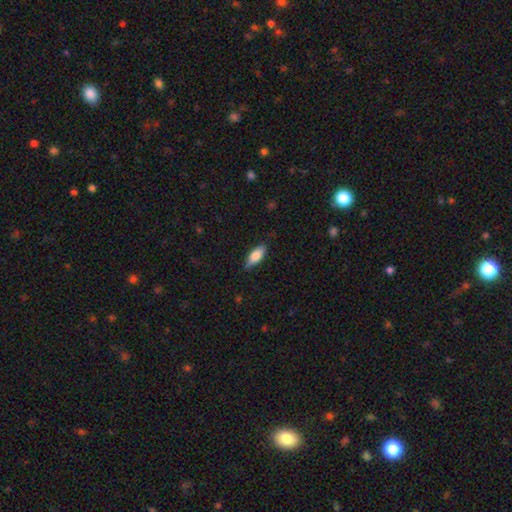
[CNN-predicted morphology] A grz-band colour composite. It shows a smooth galaxy with no disk features (76%) that is in between round and cigar-shaped (73%). Merging: none (83%).